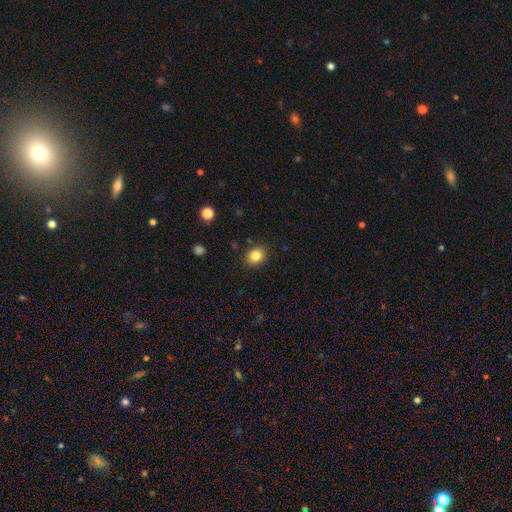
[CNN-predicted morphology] A smooth galaxy with no disk features (84%) that is round (66%).

Vote fractions:
- Smooth or featured? smooth: 84% / star or artifact: 10% / featured or disk: 6%
- How rounded? round: 66% / in between: 33% / cigar-shaped: 1%
- Merging? none: 88% / minor disturbance: 9% / major disturbance: 2% / merger: 1%